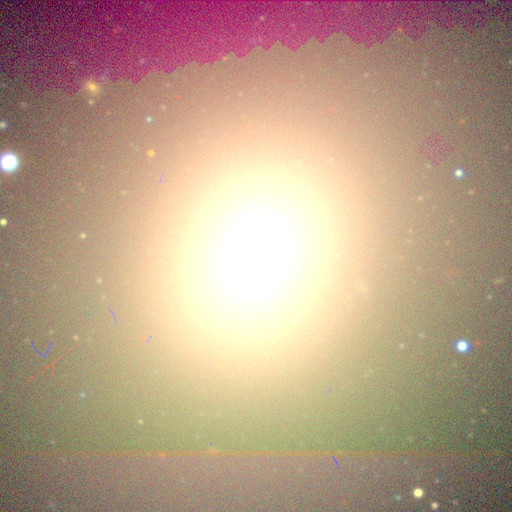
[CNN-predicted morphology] A smooth galaxy with no disk features (54%) that is round (55%).

Vote fractions:
- Smooth or featured? smooth: 54% / star or artifact: 27% / featured or disk: 19%
- How rounded? round: 55% / in between: 41% / cigar-shaped: 4%
- Merging? none: 84% / minor disturbance: 8% / major disturbance: 5% / merger: 3%